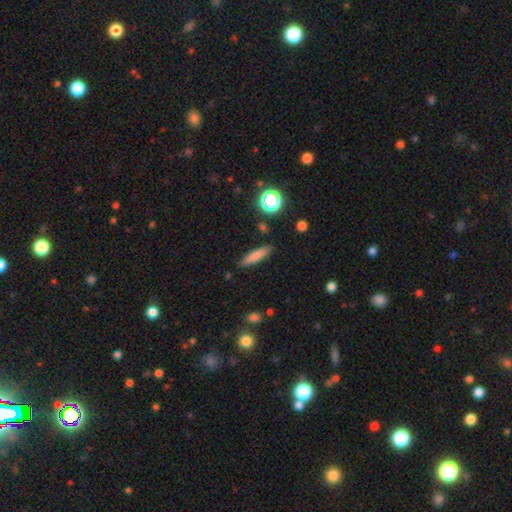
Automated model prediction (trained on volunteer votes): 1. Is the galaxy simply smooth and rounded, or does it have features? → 79% smooth, 11% featured or disk, 10% star or artifact.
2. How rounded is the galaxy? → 76% cigar-shaped, 22% in between, 3% round.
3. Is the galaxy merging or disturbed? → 86% none, 9% minor disturbance, 2% major disturbance, 2% merger.